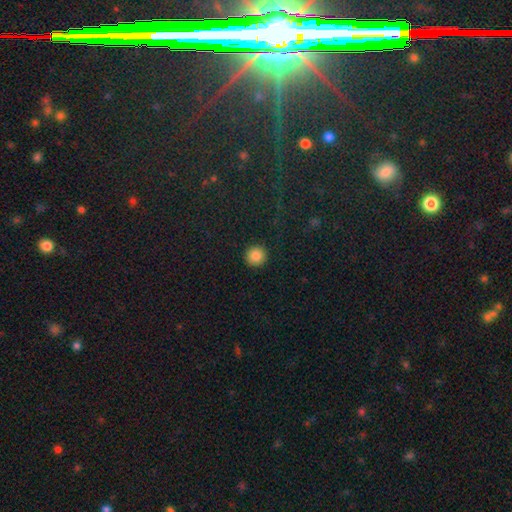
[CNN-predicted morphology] Smooth or featured: smooth — 86% (star or artifact — 10%)
How rounded: round — 95% (in between — 4%)
Merging: none — 93% (minor disturbance — 4%)